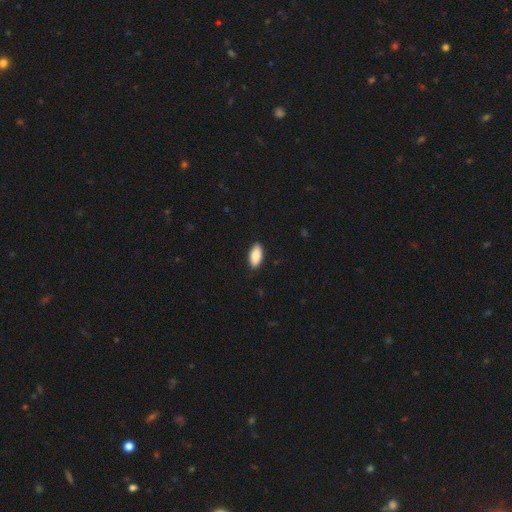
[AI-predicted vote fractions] This is clearly a smooth galaxy (88%). How rounded: clearly in between (90%). Merging: clearly none (88%).